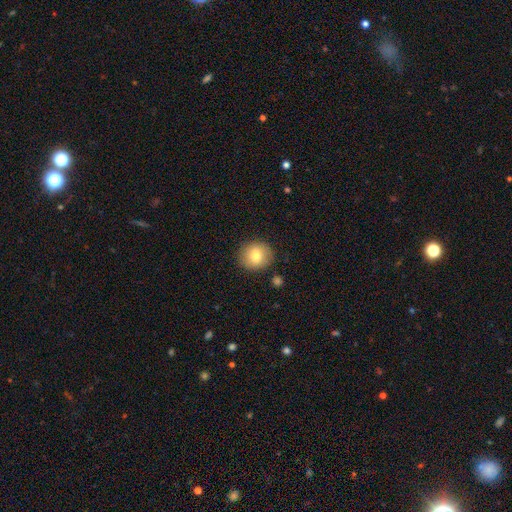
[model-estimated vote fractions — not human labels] This is likely a smooth galaxy (79%). How rounded: clearly round (83%). Merging: clearly none (86%).